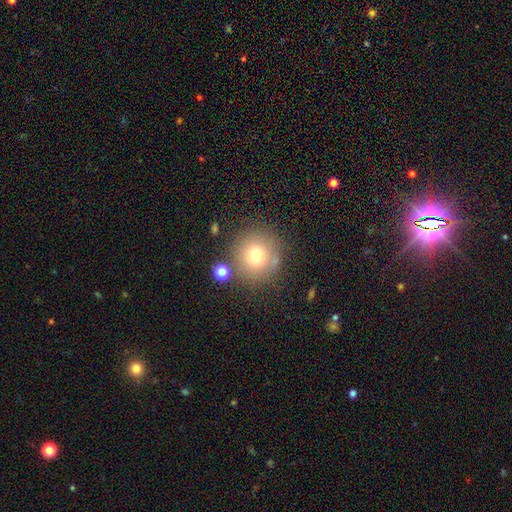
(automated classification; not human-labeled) Q: Smooth or featured?
A: smooth (75%); runner-up: featured or disk (13%)
Q: How rounded?
A: round (93%); runner-up: in between (6%)
Q: Merging?
A: none (77%); runner-up: minor disturbance (12%)